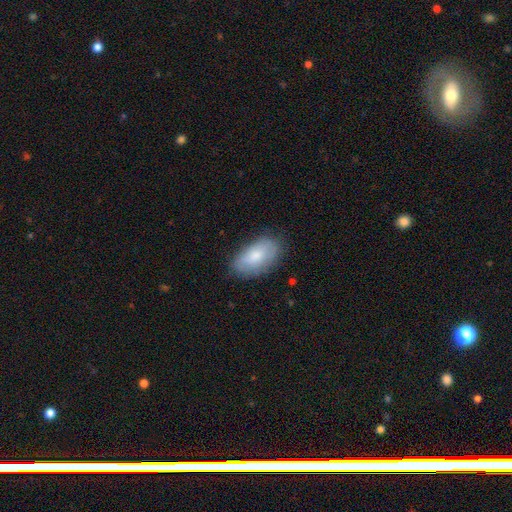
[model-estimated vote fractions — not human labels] A smooth galaxy with no disk features (73%) that is in between round and cigar-shaped (94%). Merging: none (75%).